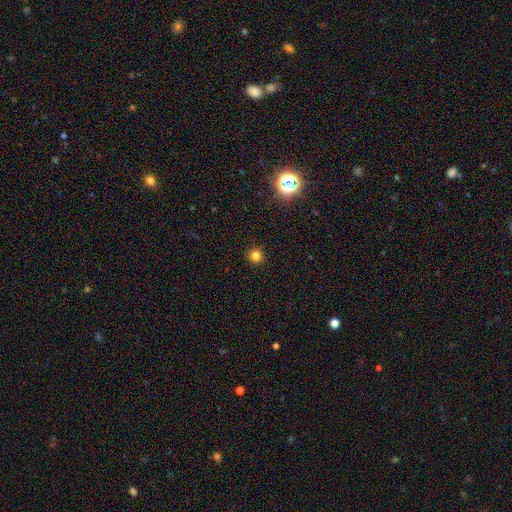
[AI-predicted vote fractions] smooth_or_featured: smooth (p=0.78) [alt: star or artifact p=0.17]
how_rounded: round (p=0.95) [alt: in between p=0.04]
merging: none (p=0.93) [alt: minor disturbance p=0.05]